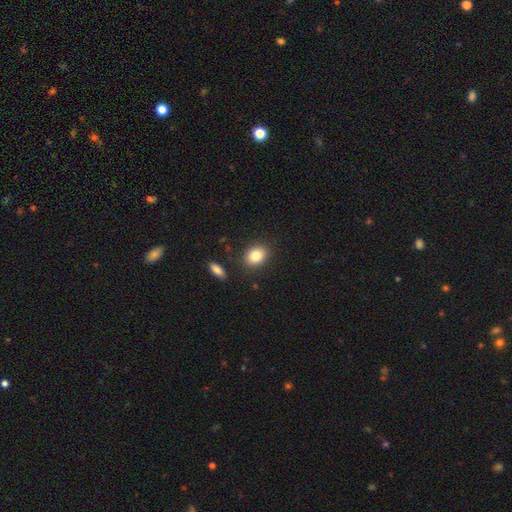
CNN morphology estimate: Q: Smooth or featured?
A: smooth (83%); runner-up: star or artifact (9%)
Q: How rounded?
A: in between (59%); runner-up: round (40%)
Q: Merging?
A: none (85%); runner-up: minor disturbance (9%)